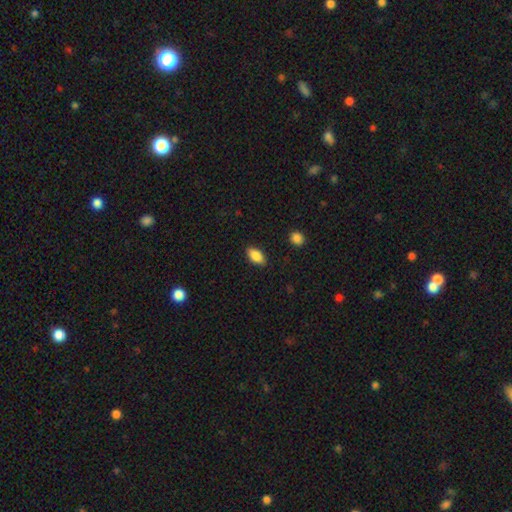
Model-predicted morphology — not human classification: Smooth or featured: smooth — 87% (star or artifact — 7%)
How rounded: in between — 92% (cigar-shaped — 5%)
Merging: none — 88% (minor disturbance — 9%)